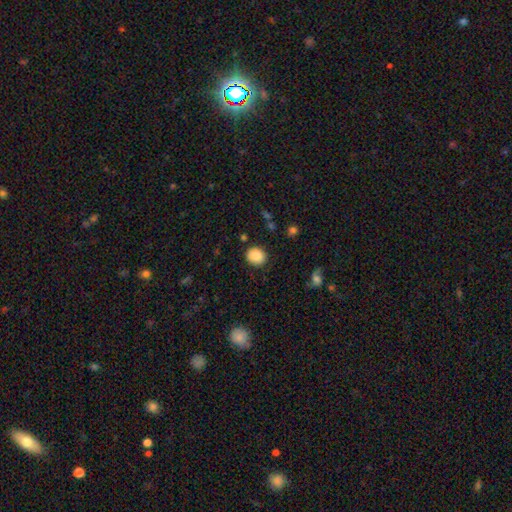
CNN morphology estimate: Smooth or featured?
  - smooth: 86% *
  - star or artifact: 8%
  - featured or disk: 5%
How rounded?
  - round: 69% *
  - in between: 30%
  - cigar-shaped: 1%
Merging?
  - none: 86% *
  - minor disturbance: 10%
  - major disturbance: 3%
  - merger: 2%